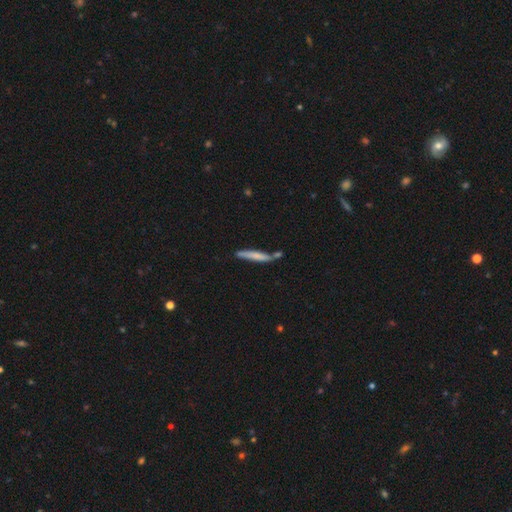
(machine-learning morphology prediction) A smooth galaxy with no disk features (66%) that is cigar-shaped (91%).

Vote fractions:
- Smooth or featured? smooth: 66% / featured or disk: 28% / star or artifact: 6%
- How rounded? cigar-shaped: 91% / in between: 7% / round: 1%
- Merging? none: 62% / merger: 17% / minor disturbance: 17% / major disturbance: 4%